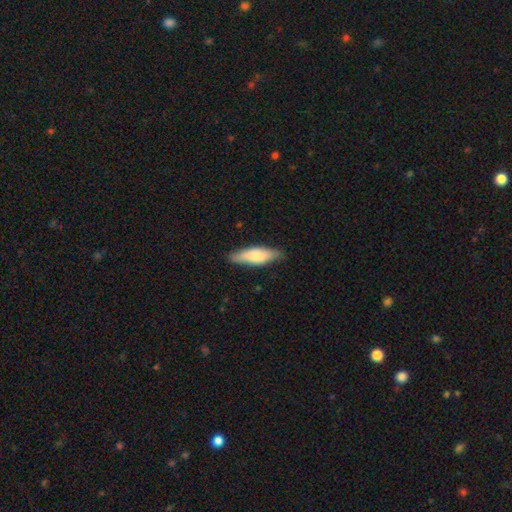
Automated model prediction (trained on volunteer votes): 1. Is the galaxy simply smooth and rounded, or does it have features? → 73% smooth, 22% featured or disk, 6% star or artifact.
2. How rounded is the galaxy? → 54% cigar-shaped, 44% in between, 2% round.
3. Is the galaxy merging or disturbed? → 77% none, 19% minor disturbance, 3% major disturbance, 1% merger.